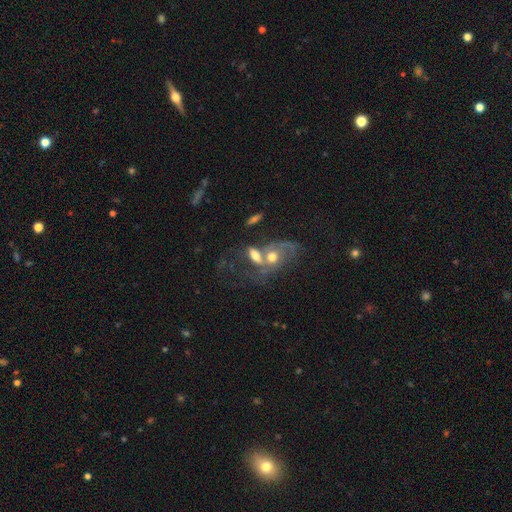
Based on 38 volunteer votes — Smooth or featured? featured or disk (53%)
Edge-on disk? no (90%)
Bar? no (72%)
Spiral arms? yes (61%)
Spiral winding? loose (55%)
Spiral arm count? can't tell (55%)
Bulge size? moderate (67%)
Merging? merger (70%)